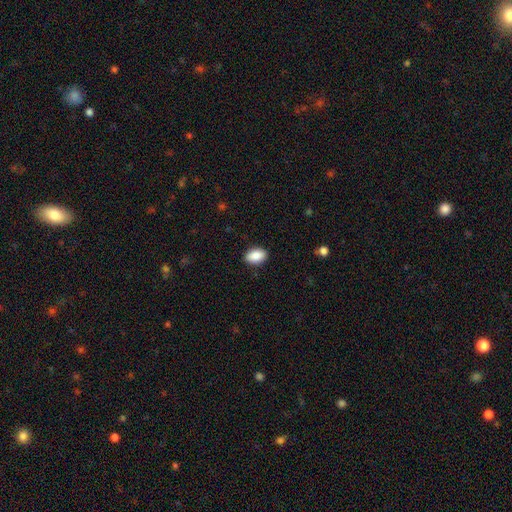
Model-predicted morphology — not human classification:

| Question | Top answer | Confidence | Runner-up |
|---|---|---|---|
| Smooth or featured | smooth | 89% | star or artifact (7%) |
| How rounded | in between | 90% | round (8%) |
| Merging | none | 89% | minor disturbance (8%) |